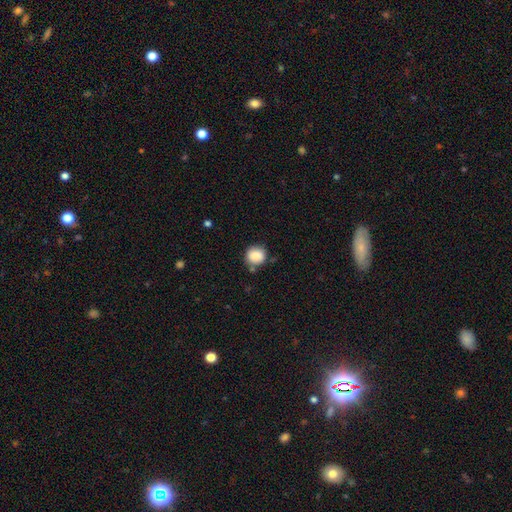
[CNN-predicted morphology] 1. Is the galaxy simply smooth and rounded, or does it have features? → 87% smooth, 8% star or artifact, 4% featured or disk.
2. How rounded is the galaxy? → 87% round, 12% in between, 1% cigar-shaped.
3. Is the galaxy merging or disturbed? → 76% none, 15% minor disturbance, 5% merger, 4% major disturbance.